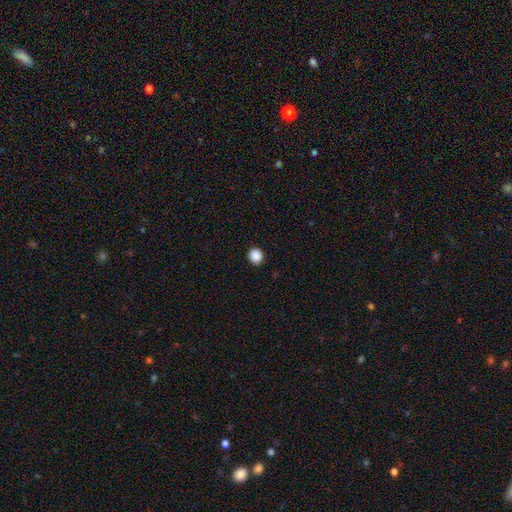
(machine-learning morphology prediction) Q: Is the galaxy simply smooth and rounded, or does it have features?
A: smooth — 88%.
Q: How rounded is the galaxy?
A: round — 85%.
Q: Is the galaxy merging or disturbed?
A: none — 92%.